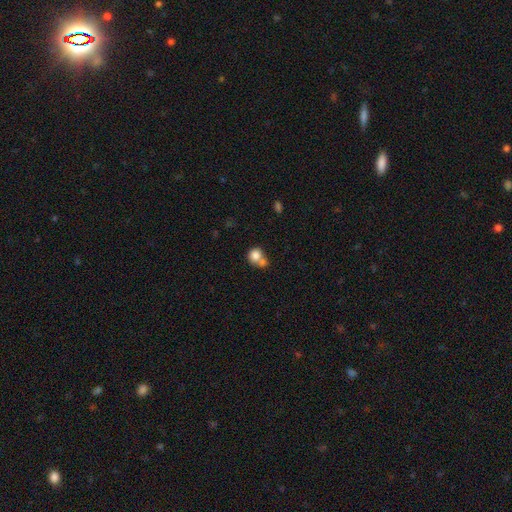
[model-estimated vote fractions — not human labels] Q: Smooth or featured?
A: smooth (79%); runner-up: featured or disk (11%)
Q: How rounded?
A: round (80%); runner-up: in between (19%)
Q: Merging?
A: merger (50%); runner-up: none (35%)